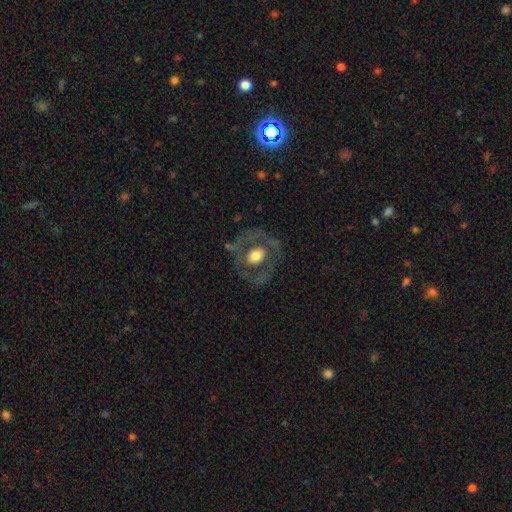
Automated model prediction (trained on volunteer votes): Q: Smooth or featured?
A: featured or disk (50%); runner-up: smooth (43%)
Q: Merging?
A: none (71%); runner-up: minor disturbance (15%)